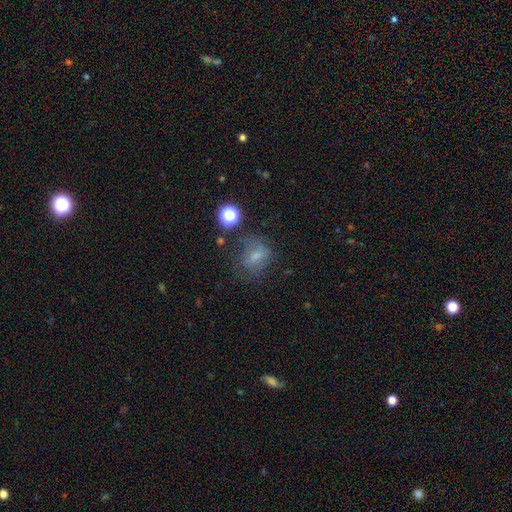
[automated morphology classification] smooth_or_featured: smooth (p=0.59) [alt: featured or disk p=0.22]
how_rounded: in between (p=0.50) [alt: round p=0.47]
merging: none (p=0.54) [alt: minor disturbance p=0.22]